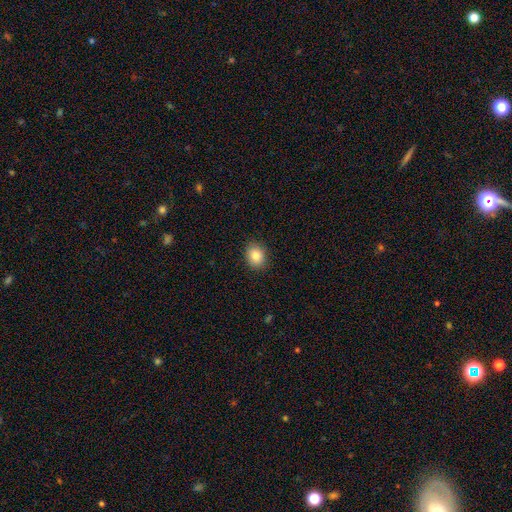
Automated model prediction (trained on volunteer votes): The model was most divided on "how rounded": round: 51%, in between: 48%, cigar-shaped: 1%. More confident: merging — none (88%); smooth or featured — smooth (86%).